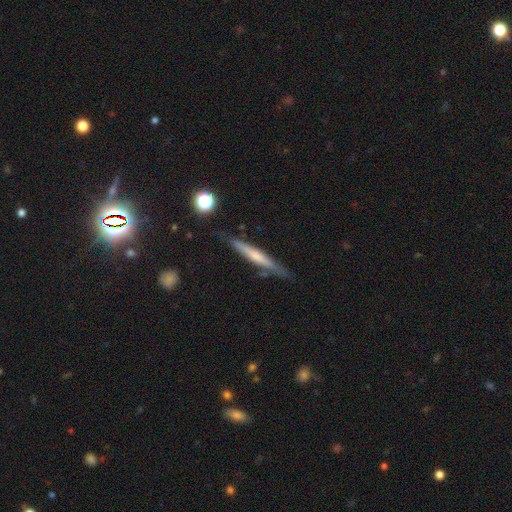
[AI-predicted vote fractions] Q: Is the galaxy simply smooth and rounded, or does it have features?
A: featured or disk — 51%.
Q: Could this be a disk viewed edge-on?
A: yes — 96%.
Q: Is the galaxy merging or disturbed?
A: none — 81%.